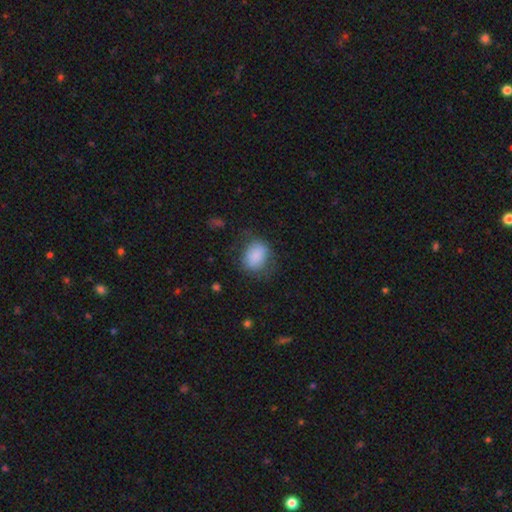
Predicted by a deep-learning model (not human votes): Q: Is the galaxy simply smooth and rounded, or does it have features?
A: smooth — 84%.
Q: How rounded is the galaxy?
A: in between — 56%.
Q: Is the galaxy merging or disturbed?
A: none — 60%.